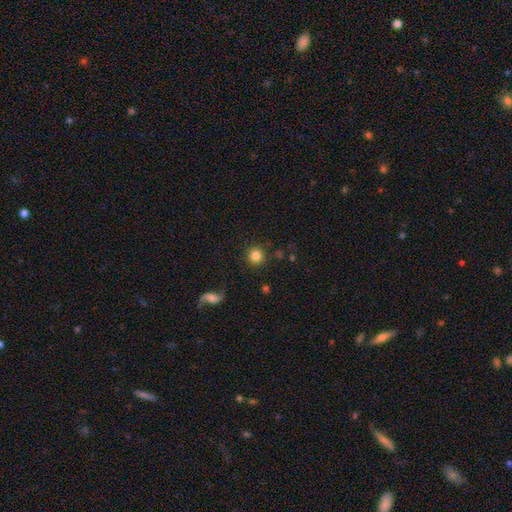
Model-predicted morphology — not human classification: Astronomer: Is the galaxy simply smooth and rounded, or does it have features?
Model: smooth — 82%.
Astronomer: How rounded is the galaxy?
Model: round — 94%.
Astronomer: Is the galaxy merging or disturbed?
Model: none — 88%.